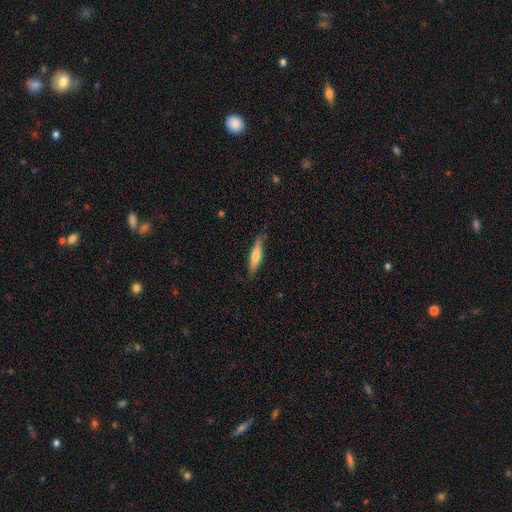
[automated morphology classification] Smooth or featured: smooth — 60% (featured or disk — 34%)
How rounded: cigar-shaped — 84% (in between — 15%)
Merging: none — 82% (minor disturbance — 14%)